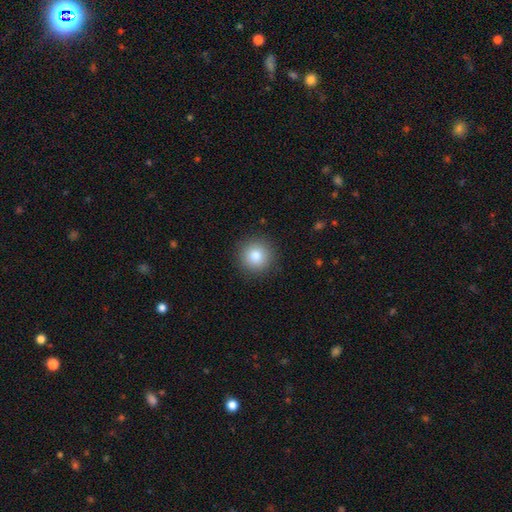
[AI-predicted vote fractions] Overall: smooth (84%). How rounded: round (95%). Merging: none (91%).